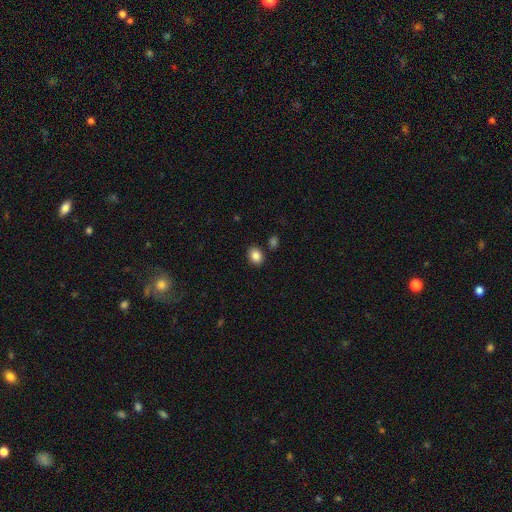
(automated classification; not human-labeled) smooth-or-featured: smooth: 86% | star or artifact: 9% | featured or disk: 5%
  how-rounded: in between: 53% | round: 46% | cigar-shaped: 1%
  merging: none: 85% | minor disturbance: 9% | merger: 4% | major disturbance: 2%